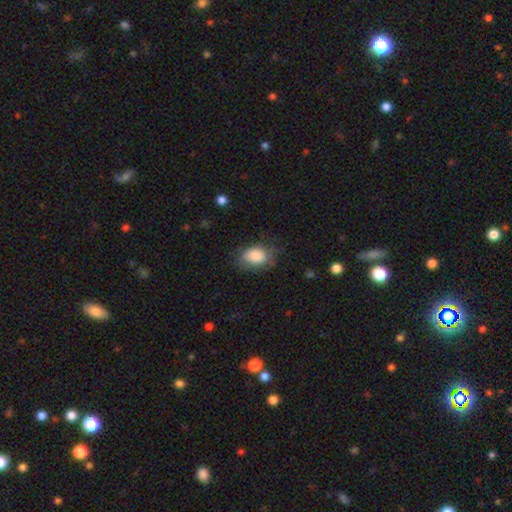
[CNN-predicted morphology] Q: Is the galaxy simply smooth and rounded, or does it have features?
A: smooth — 81%.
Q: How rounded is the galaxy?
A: in between — 78%.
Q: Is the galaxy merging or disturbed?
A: none — 63%.